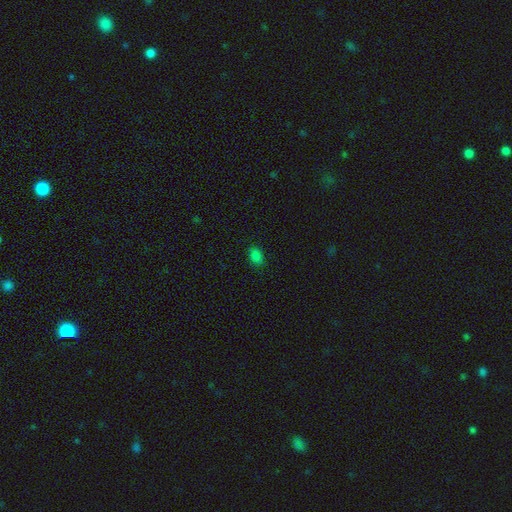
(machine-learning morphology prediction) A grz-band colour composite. It shows a smooth galaxy with no disk features (82%) that is in between round and cigar-shaped (76%). Merging: none (86%).